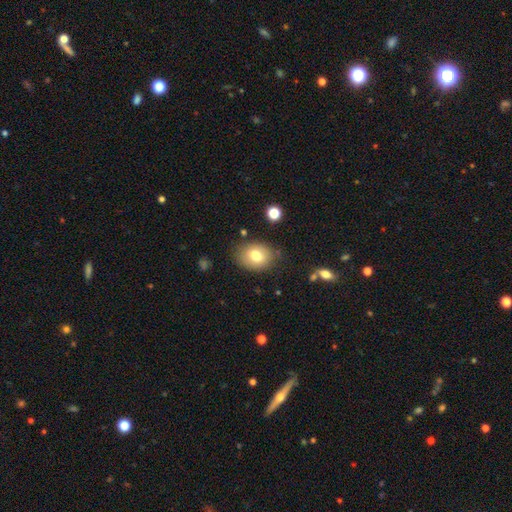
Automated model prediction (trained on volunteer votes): Morphology: type=smooth (75%); roundness=in between (61%); merging=none (78%).